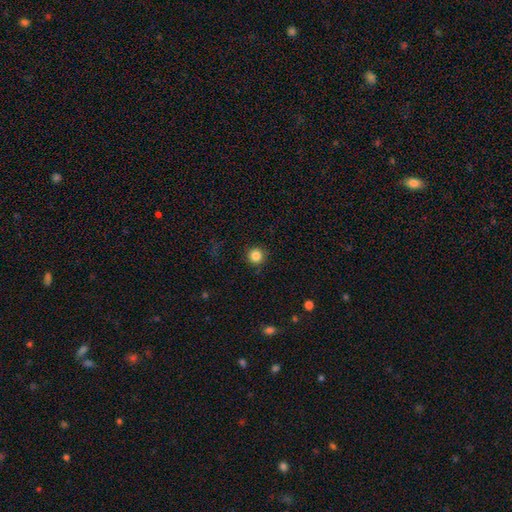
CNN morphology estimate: This appears to be a smooth galaxy with no disk features (85%) that is round (95%). Merging: none (89%).